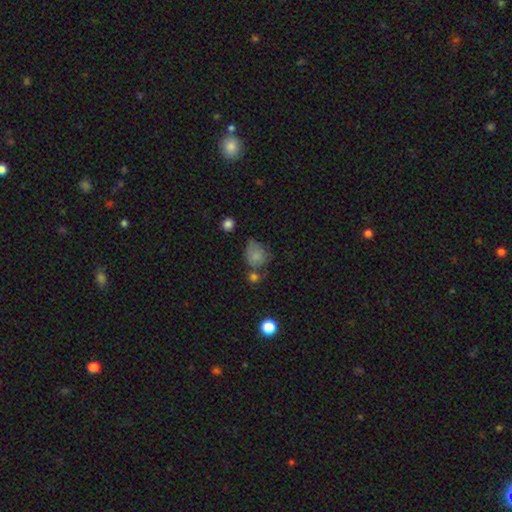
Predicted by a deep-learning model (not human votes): Q: Smooth or featured?
A: smooth (76%); runner-up: featured or disk (12%)
Q: How rounded?
A: round (56%); runner-up: in between (43%)
Q: Merging?
A: none (38%); runner-up: minor disturbance (30%)